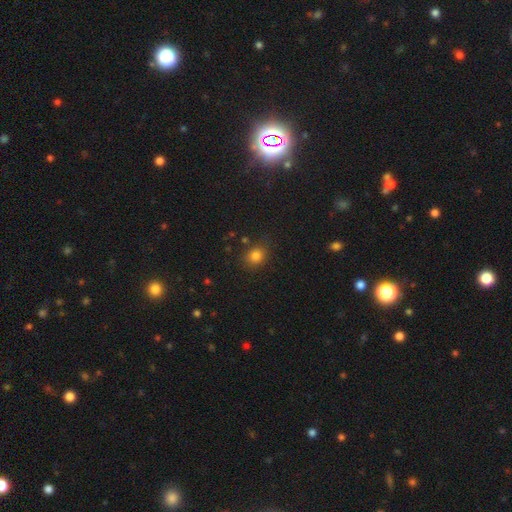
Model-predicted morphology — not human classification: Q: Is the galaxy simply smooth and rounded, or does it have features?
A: smooth — 81%.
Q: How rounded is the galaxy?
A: round — 67%.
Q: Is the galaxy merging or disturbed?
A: none — 78%.